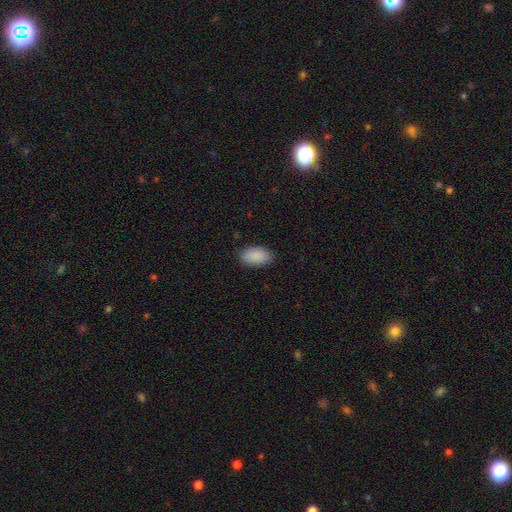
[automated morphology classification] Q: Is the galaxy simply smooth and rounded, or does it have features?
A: smooth — 90%.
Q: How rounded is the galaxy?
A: in between — 95%.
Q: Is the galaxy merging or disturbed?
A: none — 87%.